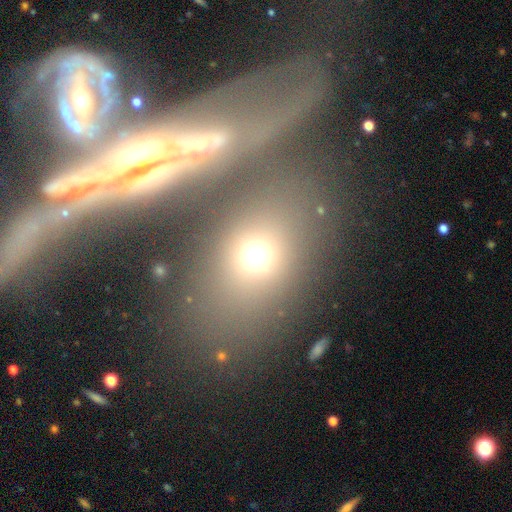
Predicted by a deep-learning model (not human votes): Smooth or featured: smooth — 53% (featured or disk — 28%)
How rounded: in between — 65% (round — 29%)
Merging: none — 54% (merger — 23%)